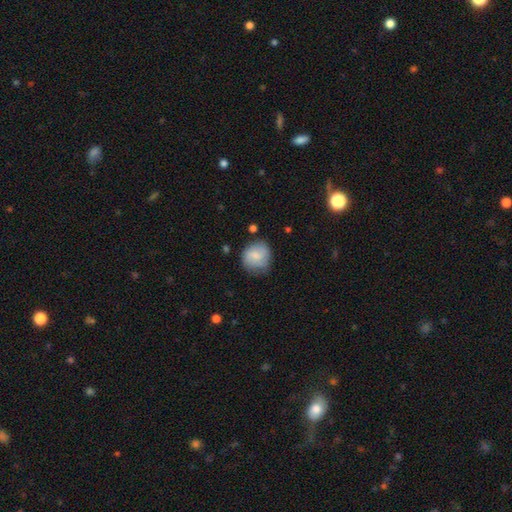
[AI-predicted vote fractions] Smooth or featured?
  - smooth: 75% *
  - featured or disk: 18%
  - star or artifact: 7%
How rounded?
  - round: 81% *
  - in between: 18%
  - cigar-shaped: 1%
Merging?
  - none: 64% *
  - minor disturbance: 26%
  - major disturbance: 7%
  - merger: 3%